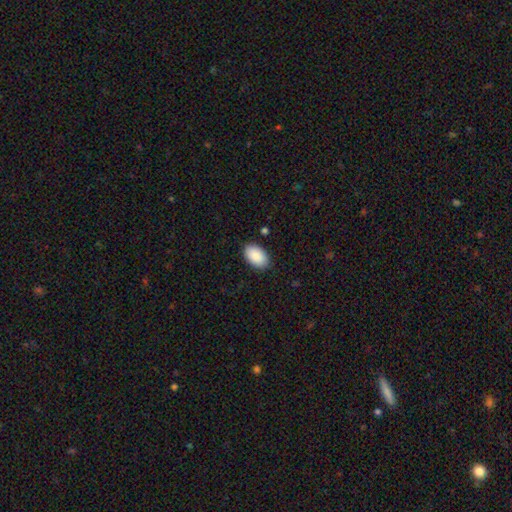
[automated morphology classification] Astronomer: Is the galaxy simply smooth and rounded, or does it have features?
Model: smooth — 89%.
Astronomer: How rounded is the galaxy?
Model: in between — 93%.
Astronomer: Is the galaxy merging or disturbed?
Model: none — 87%.